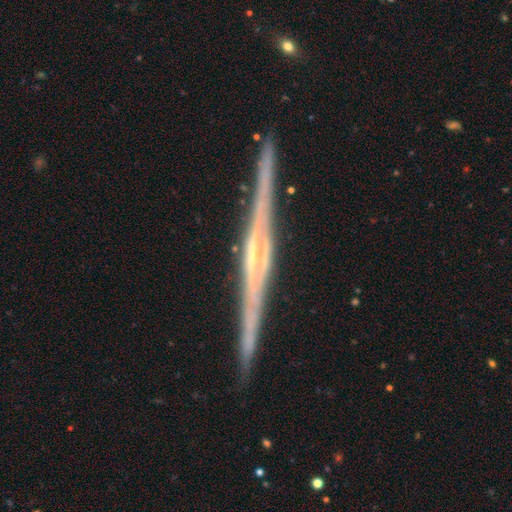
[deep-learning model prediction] Overall: featured or disk (89%). Edge-on disk: yes (98%). Edge-on bulge: rounded (41%; boxy 32%). Merging: none (92%).